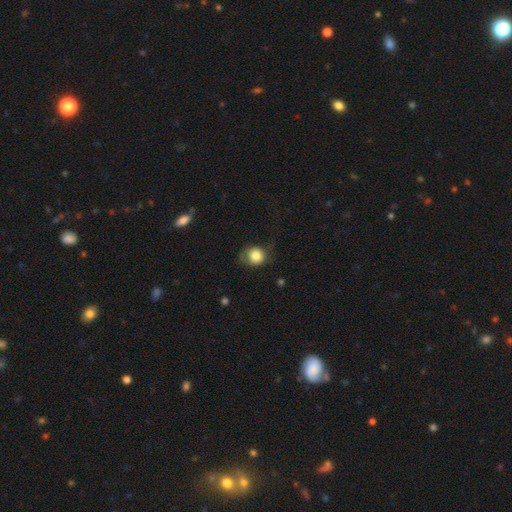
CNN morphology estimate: This appears to be a smooth galaxy with no disk features (81%) that is round (79%). Merging: none (58%).